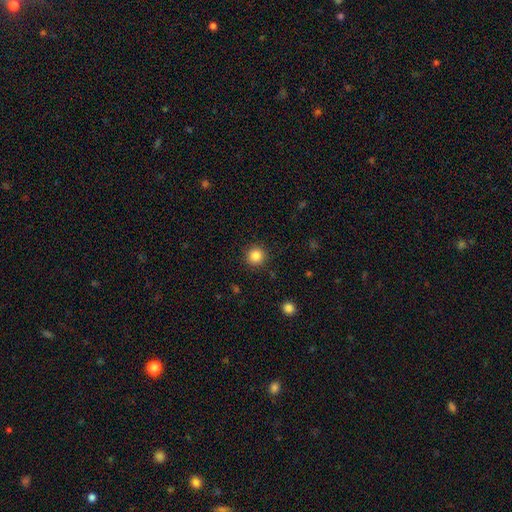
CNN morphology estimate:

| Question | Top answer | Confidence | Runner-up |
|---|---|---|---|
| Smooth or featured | smooth | 85% | star or artifact (11%) |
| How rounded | round | 95% | in between (4%) |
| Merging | none | 91% | minor disturbance (5%) |